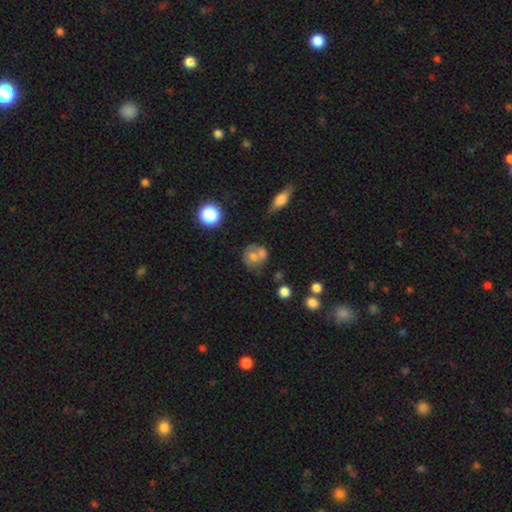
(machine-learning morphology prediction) This is likely a smooth galaxy (60%). How rounded: likely round (77%). Merging: marginally merger (43%).